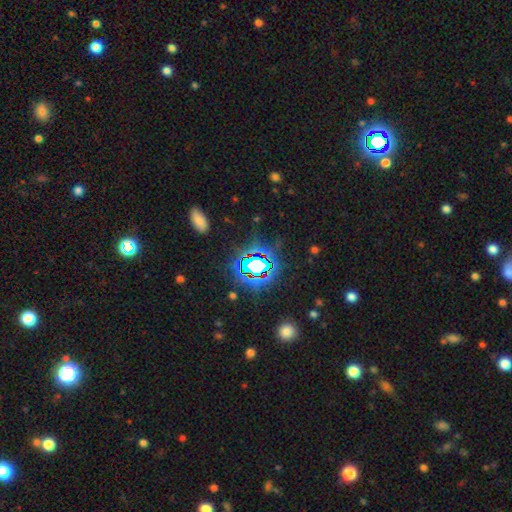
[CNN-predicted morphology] The model was most divided on "smooth or featured": star or artifact: 79%, smooth: 13%, featured or disk: 8%.